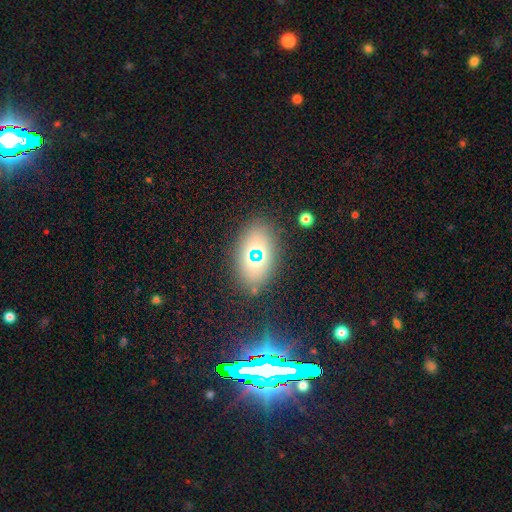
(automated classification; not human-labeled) A smooth galaxy with no disk features (60%) that is in between round and cigar-shaped (77%). Merging: none (84%).